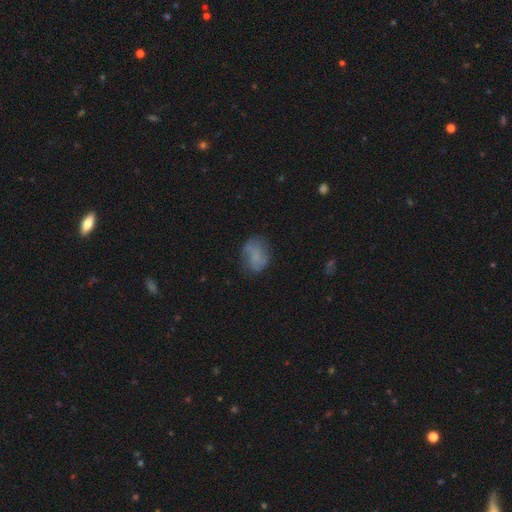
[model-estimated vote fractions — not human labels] Smooth or featured? Predicted: smooth (p=0.57). How rounded? Predicted: in between (p=0.60). Merging? Predicted: none (p=0.63).